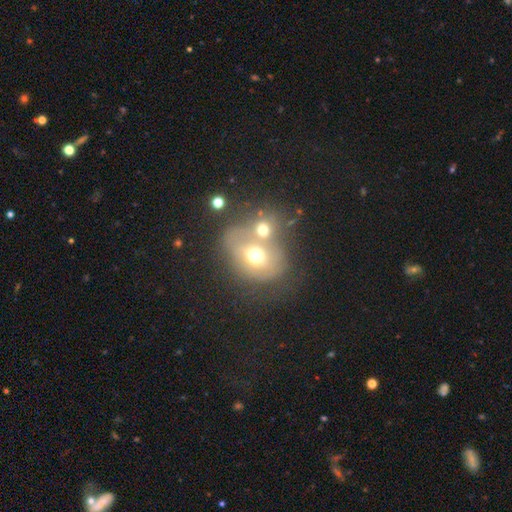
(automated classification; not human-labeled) Smooth or featured?
  - smooth: 55% *
  - featured or disk: 32%
  - star or artifact: 13%
How rounded?
  - round: 54% *
  - in between: 45%
  - cigar-shaped: 1%
Merging?
  - merger: 59% *
  - none: 24%
  - minor disturbance: 9%
  - major disturbance: 8%